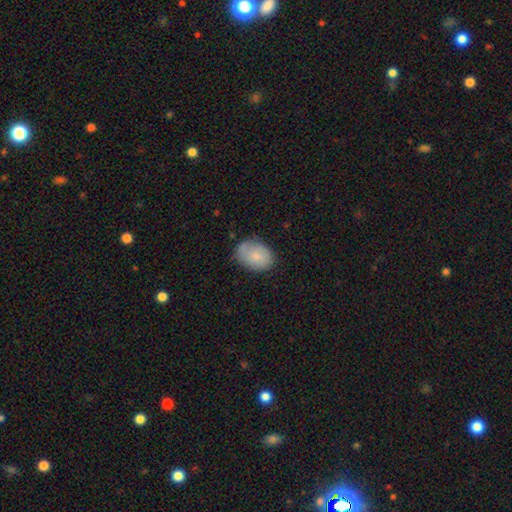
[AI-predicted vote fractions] Smooth or featured? smooth (75%)
How rounded? in between (72%)
Merging? none (66%)